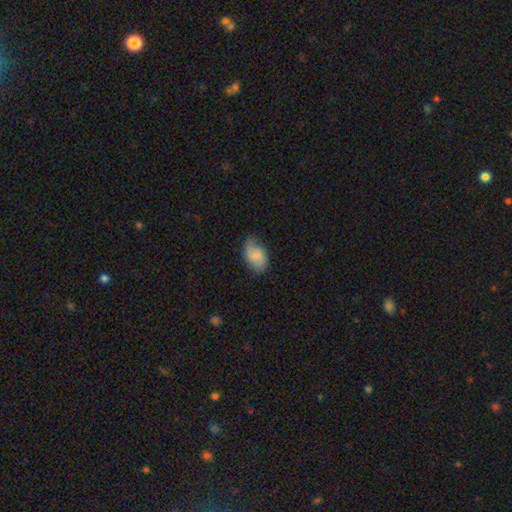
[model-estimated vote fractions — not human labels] Smooth or featured?
  - smooth: 68% *
  - featured or disk: 25%
  - star or artifact: 7%
How rounded?
  - in between: 89% *
  - round: 10%
  - cigar-shaped: 1%
Merging?
  - none: 64% *
  - minor disturbance: 28%
  - major disturbance: 7%
  - merger: 1%